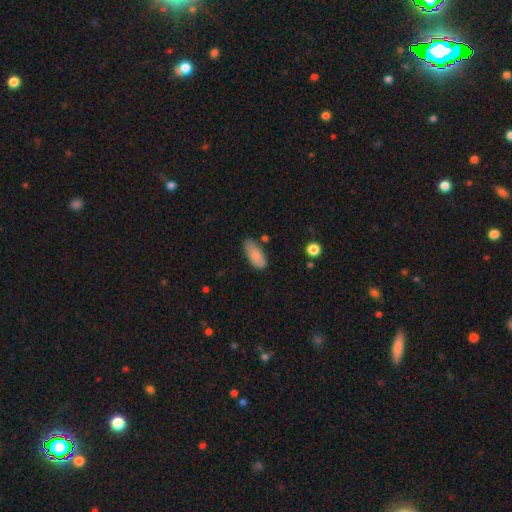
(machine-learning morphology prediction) This is clearly a smooth galaxy (83%). How rounded: clearly in between (87%). Merging: likely none (67%).